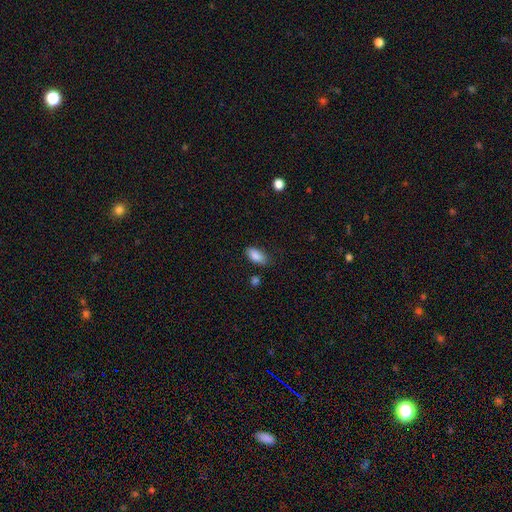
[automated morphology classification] A smooth galaxy with no disk features (88%) that is in between round and cigar-shaped (89%). Merging: none (77%).